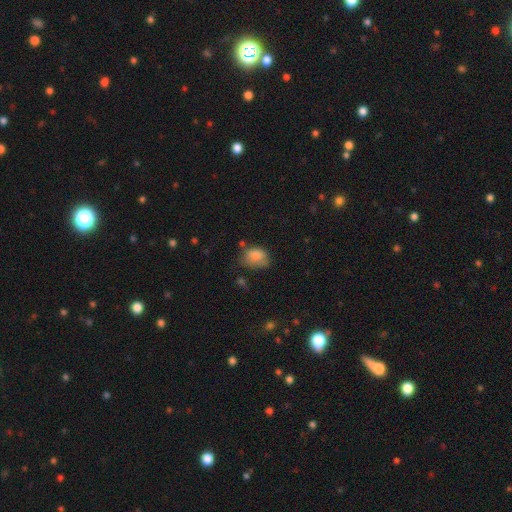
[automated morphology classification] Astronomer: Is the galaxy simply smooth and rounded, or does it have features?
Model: smooth — 79%.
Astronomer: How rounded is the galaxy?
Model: in between — 69%.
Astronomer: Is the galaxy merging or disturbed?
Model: none — 41% (runner-up: minor disturbance, 36%).